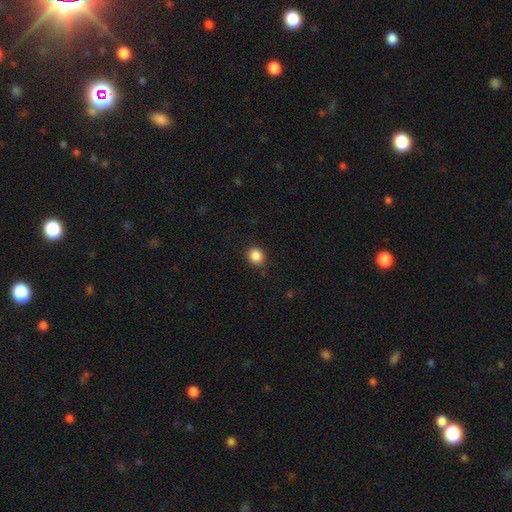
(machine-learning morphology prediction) Overall: smooth (87%). How rounded: round (76%). Merging: none (87%).